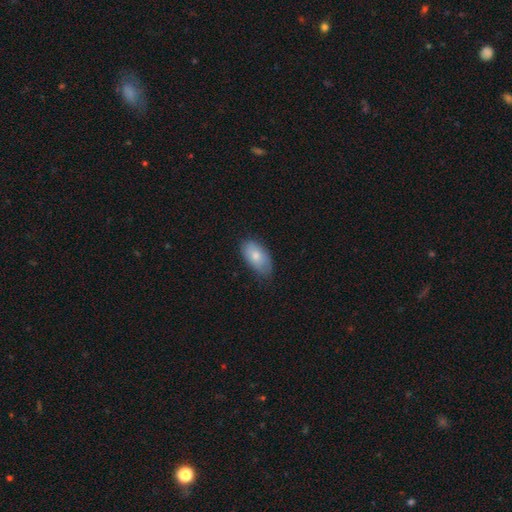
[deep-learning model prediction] smooth_or_featured: smooth (p=0.77) [alt: featured or disk p=0.16]
how_rounded: in between (p=0.94) [alt: round p=0.04]
merging: none (p=0.67) [alt: minor disturbance p=0.27]